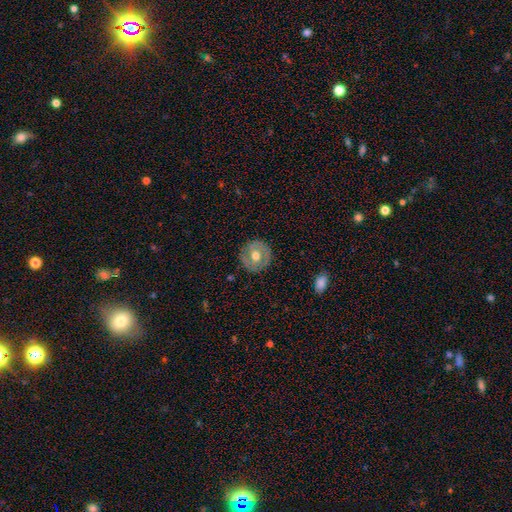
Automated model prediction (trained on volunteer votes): Smooth or featured? smooth (51%)
How rounded? round (93%)
Merging? none (86%)